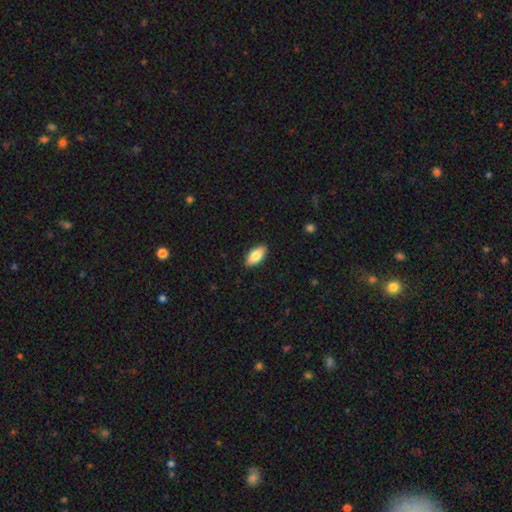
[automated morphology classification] smooth 81%, featured or disk 13%, star or artifact 6%. Down the decision tree: how rounded — in between (90%); merging — none (89%).